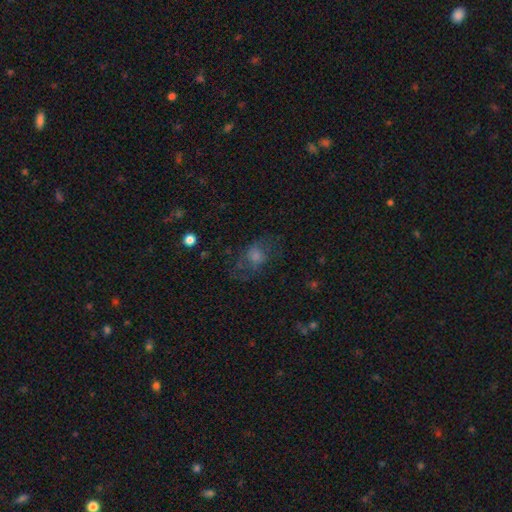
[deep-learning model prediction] A smooth galaxy with no disk features (45%).

Vote fractions:
- Smooth or featured? smooth: 45% / featured or disk: 35% / star or artifact: 20%
- Merging? none: 57% / major disturbance: 22% / minor disturbance: 19% / merger: 2%